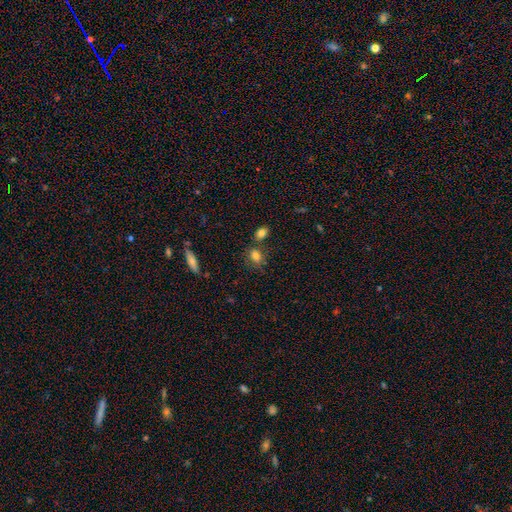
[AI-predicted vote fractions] Smooth or featured? Predicted: smooth (p=0.81). How rounded? Predicted: in between (p=0.64). Merging? Predicted: none (p=0.63).